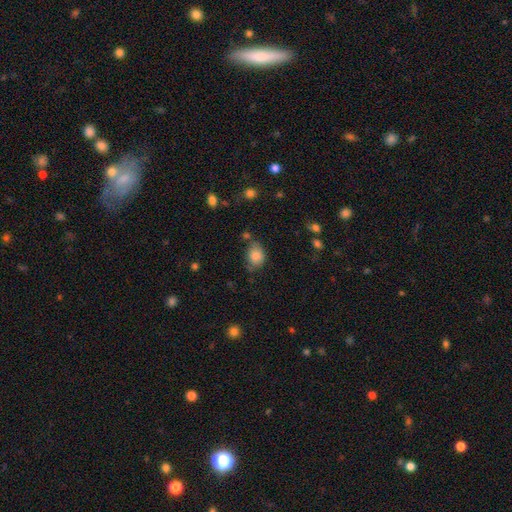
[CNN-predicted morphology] Smooth or featured: smooth — 82% (star or artifact — 9%)
How rounded: in between — 57% (round — 42%)
Merging: none — 59% (minor disturbance — 27%)